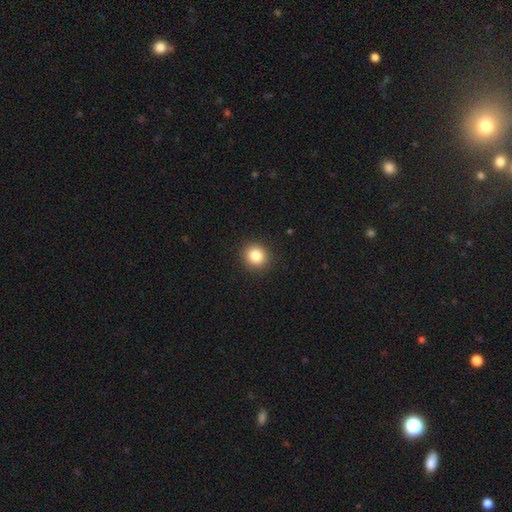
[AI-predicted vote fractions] smooth-or-featured: smooth: 84% | star or artifact: 10% | featured or disk: 6%
  how-rounded: round: 87% | in between: 13% | cigar-shaped: 1%
  merging: none: 92% | minor disturbance: 5% | major disturbance: 2% | merger: 1%